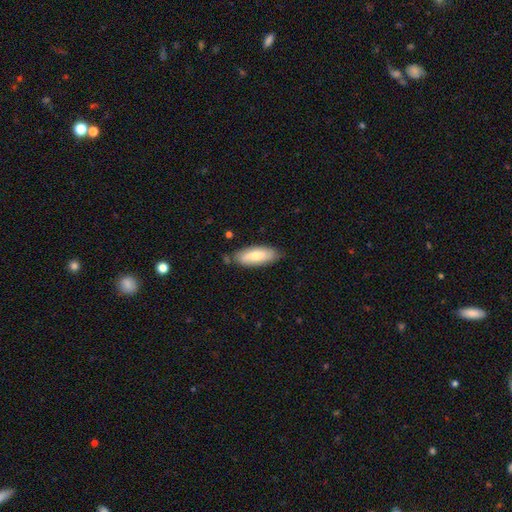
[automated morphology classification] smooth 70%, featured or disk 24%, star or artifact 6%. Down the decision tree: how rounded — in between (75%); merging — none (78%).